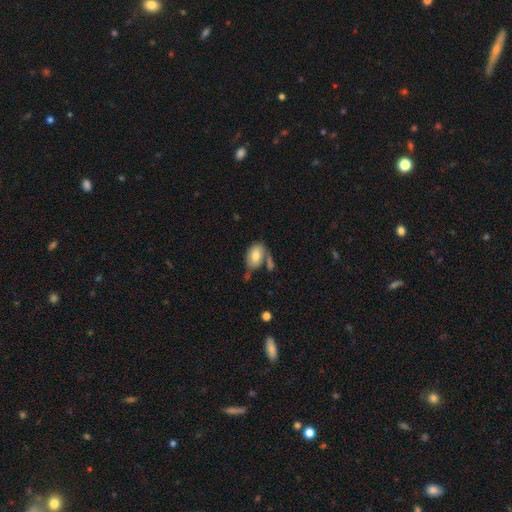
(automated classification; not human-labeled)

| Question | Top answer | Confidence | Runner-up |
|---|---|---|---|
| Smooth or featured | smooth | 76% | featured or disk (17%) |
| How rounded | in between | 85% | round (13%) |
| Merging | none | 49% | minor disturbance (21%) |